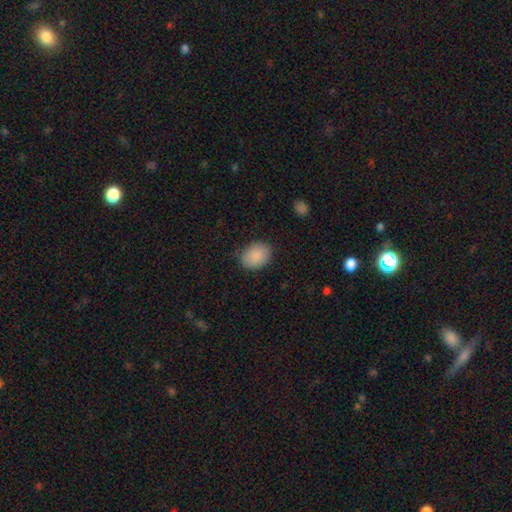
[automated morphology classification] Smooth or featured? Predicted: smooth (p=0.89). How rounded? Predicted: in between (p=0.67). Merging? Predicted: none (p=0.83).